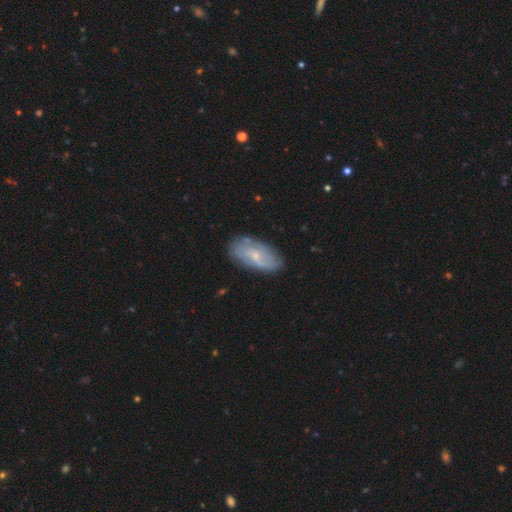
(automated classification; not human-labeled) A featured or disk galaxy (64%) with no bar (58%), spiral arms (79%) and a small central bulge (72%).

Vote fractions:
- Smooth or featured? featured or disk: 64% / smooth: 29% / star or artifact: 7%
- Edge-on disk? no: 93% / yes: 7%
- Bar? no: 58% / weak: 36% / strong: 6%
- Spiral arms? yes: 79% / no: 21%
- Bulge size? small: 72% / moderate: 22% / none: 4% / large: 1% / dominant: 1%
- Merging? none: 75% / minor disturbance: 18% / major disturbance: 5% / merger: 2%